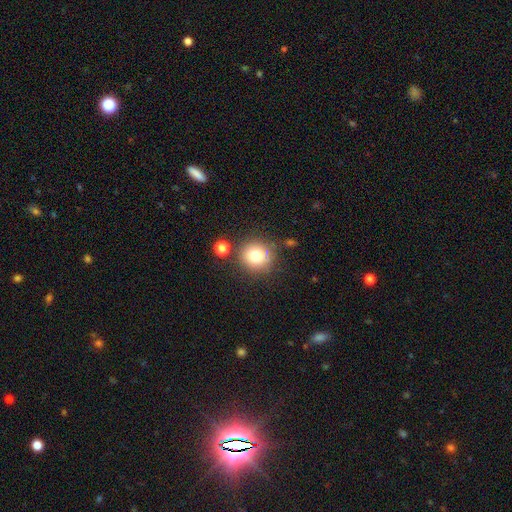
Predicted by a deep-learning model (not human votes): Q: Smooth or featured?
A: smooth (77%); runner-up: star or artifact (12%)
Q: How rounded?
A: round (92%); runner-up: in between (7%)
Q: Merging?
A: none (77%); runner-up: minor disturbance (11%)